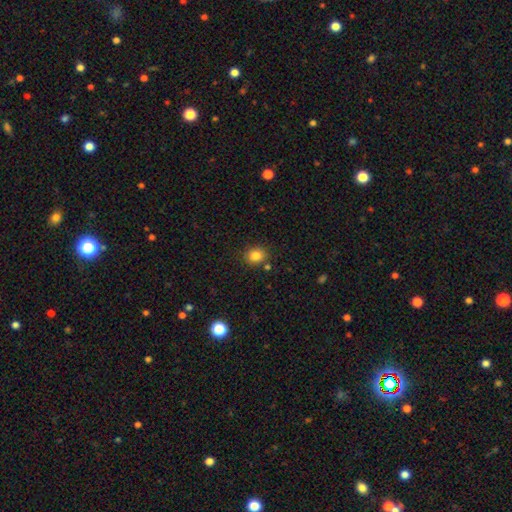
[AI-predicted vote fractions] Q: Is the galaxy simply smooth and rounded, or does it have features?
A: smooth — 83%.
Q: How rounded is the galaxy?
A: round — 67%.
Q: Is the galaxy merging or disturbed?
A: none — 82%.